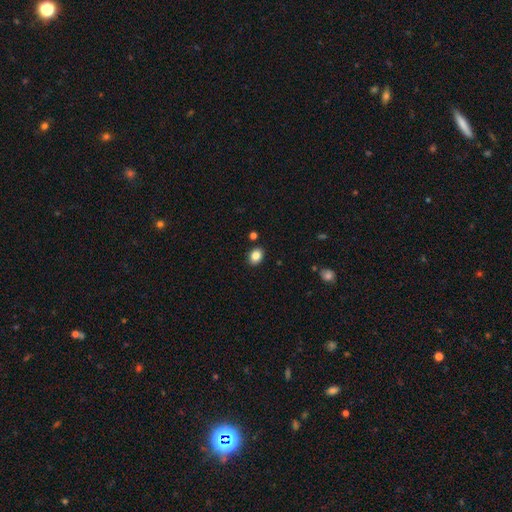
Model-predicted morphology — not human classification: The model was most divided on "how rounded": in between: 60%, round: 39%, cigar-shaped: 1%. More confident: merging — none (88%); smooth or featured — smooth (84%).